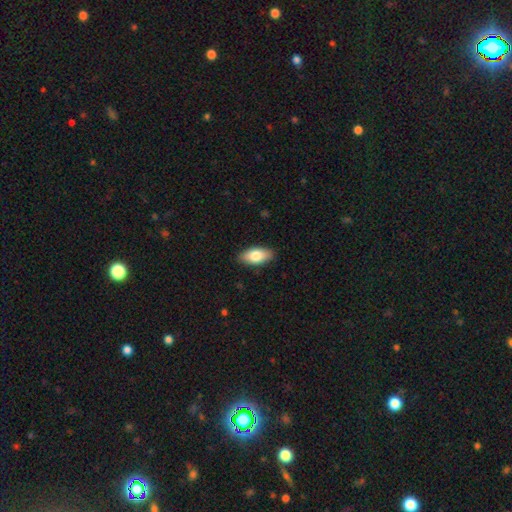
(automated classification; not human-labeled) Overall: smooth (79%). How rounded: in between (90%). Merging: none (88%).